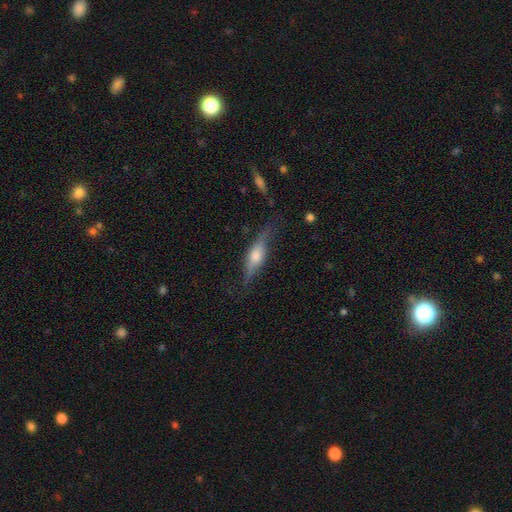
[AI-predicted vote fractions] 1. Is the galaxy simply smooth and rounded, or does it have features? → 61% featured or disk, 32% smooth, 7% star or artifact.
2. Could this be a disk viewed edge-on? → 92% yes, 8% no.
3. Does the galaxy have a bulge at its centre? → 88% rounded, 9% boxy, 3% none.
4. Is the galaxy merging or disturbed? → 73% none, 19% minor disturbance, 6% major disturbance, 2% merger.